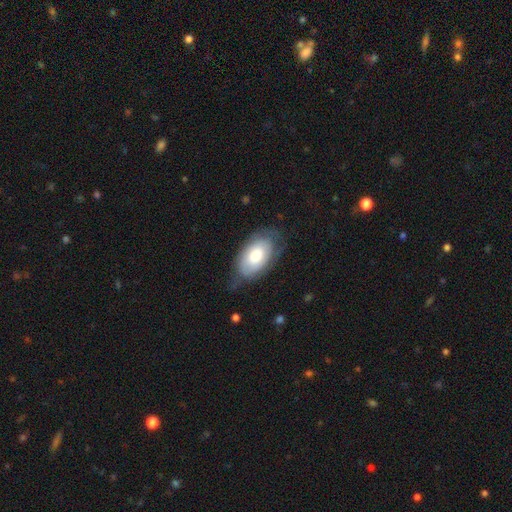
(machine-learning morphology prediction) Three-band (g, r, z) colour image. It shows a smooth galaxy with no disk features (61%) that is in between round and cigar-shaped (93%). Merging: none (60%).